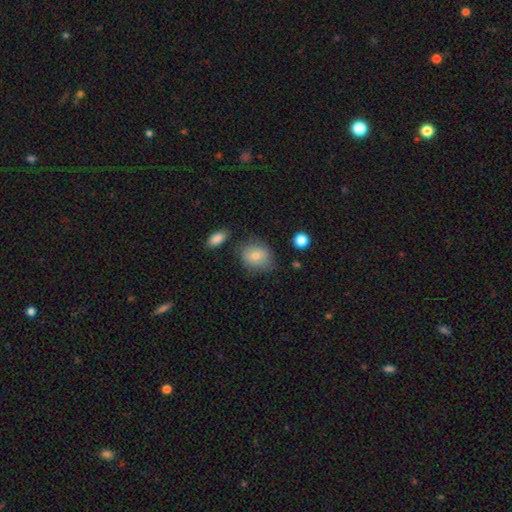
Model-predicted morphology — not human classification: A smooth galaxy with no disk features (75%) that is round (56%). Merging: none (68%).